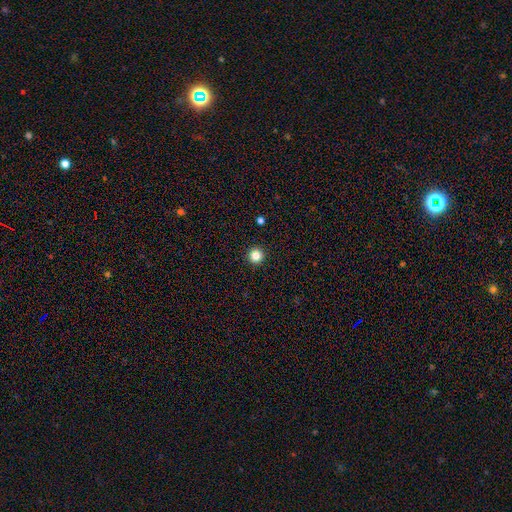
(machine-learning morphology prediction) Smooth or featured? smooth (84%)
How rounded? round (96%)
Merging? none (94%)